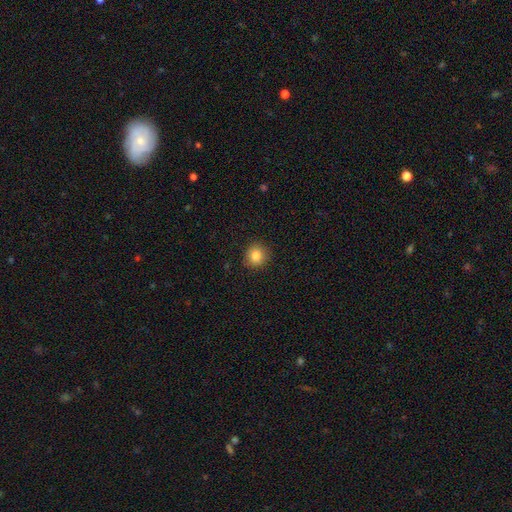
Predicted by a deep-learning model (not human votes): Smooth or featured? smooth (84%)
How rounded? round (90%)
Merging? none (89%)